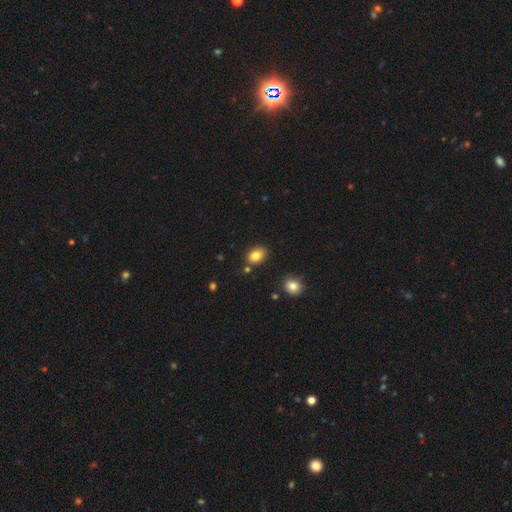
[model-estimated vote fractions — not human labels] Overall: smooth (84%). How rounded: in between (77%). Merging: none (81%).